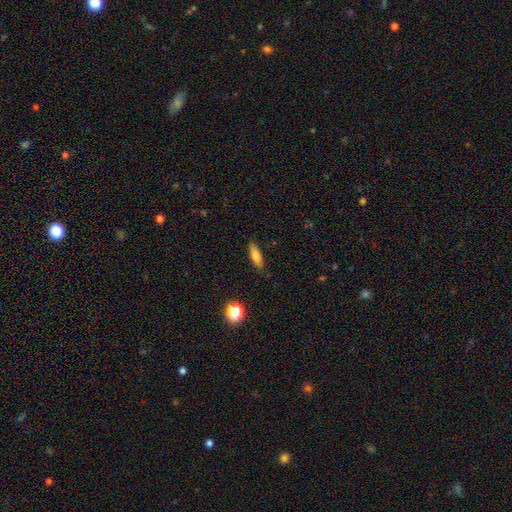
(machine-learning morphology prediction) A smooth galaxy with no disk features (73%) that is in between round and cigar-shaped (51%).

Vote fractions:
- Smooth or featured? smooth: 73% / featured or disk: 19% / star or artifact: 9%
- How rounded? in between: 51% / cigar-shaped: 46% / round: 3%
- Merging? none: 84% / minor disturbance: 12% / major disturbance: 3% / merger: 1%